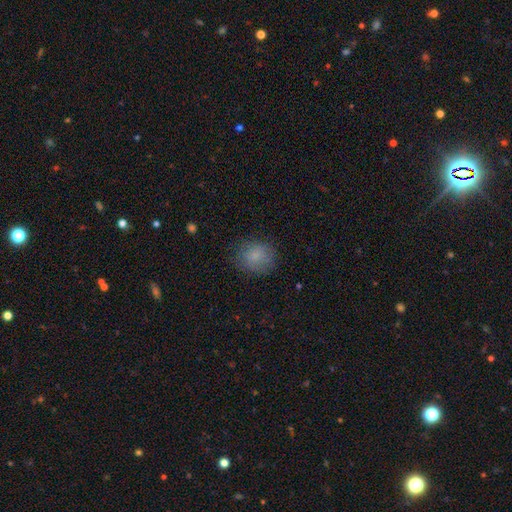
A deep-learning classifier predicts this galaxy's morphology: A smooth galaxy with no disk features (83%) that is round (72%). Merging: none (78%).